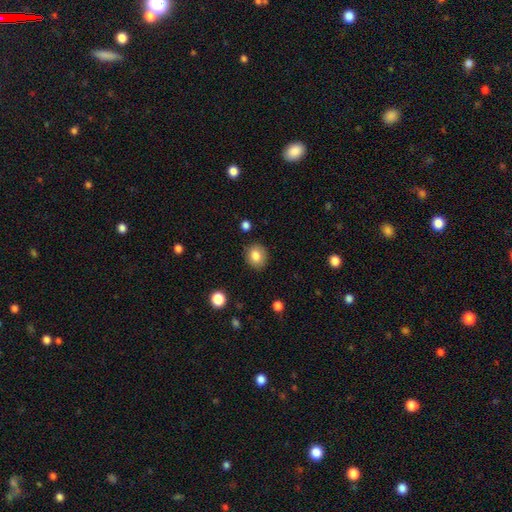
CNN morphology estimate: A smooth galaxy with no disk features (83%) that is round (67%). Merging: none (87%).